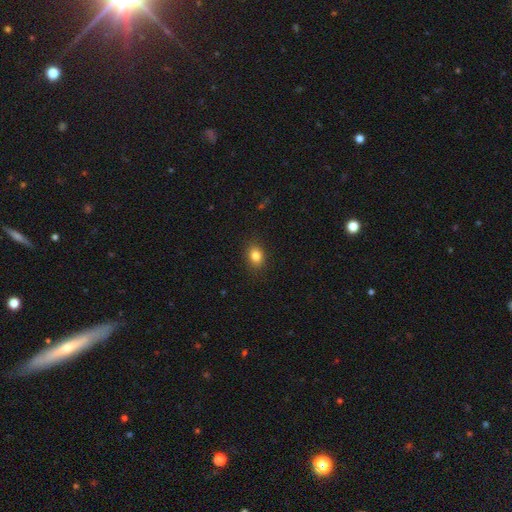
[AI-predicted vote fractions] smooth-or-featured: smooth: 83% | star or artifact: 11% | featured or disk: 6%
  how-rounded: in between: 59% | round: 40% | cigar-shaped: 1%
  merging: none: 88% | minor disturbance: 9% | major disturbance: 2% | merger: 1%